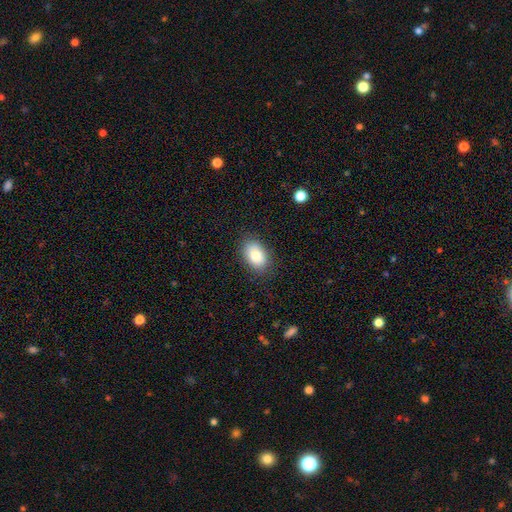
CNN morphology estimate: The model was most divided on "merging": none: 84%, minor disturbance: 12%, major disturbance: 3%, merger: 1%. More confident: how rounded — in between (87%); smooth or featured — smooth (84%).